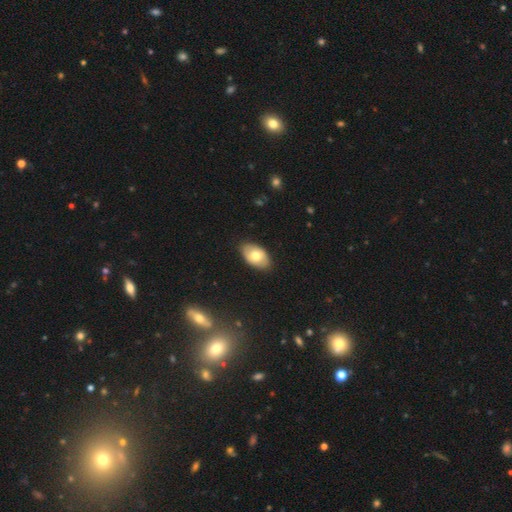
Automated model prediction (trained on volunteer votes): A smooth galaxy with no disk features (67%) that is in between round and cigar-shaped (92%).

Vote fractions:
- Smooth or featured? smooth: 67% / featured or disk: 26% / star or artifact: 7%
- How rounded? in between: 92% / round: 7% / cigar-shaped: 1%
- Merging? none: 85% / minor disturbance: 12% / major disturbance: 2% / merger: 1%